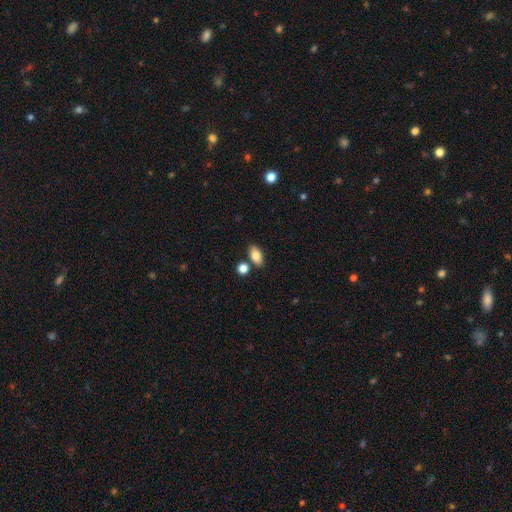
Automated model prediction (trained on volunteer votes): Smooth or featured?
  - smooth: 83% *
  - featured or disk: 9%
  - star or artifact: 8%
How rounded?
  - in between: 88% *
  - round: 8%
  - cigar-shaped: 4%
Merging?
  - none: 78% *
  - minor disturbance: 11%
  - merger: 9%
  - major disturbance: 3%